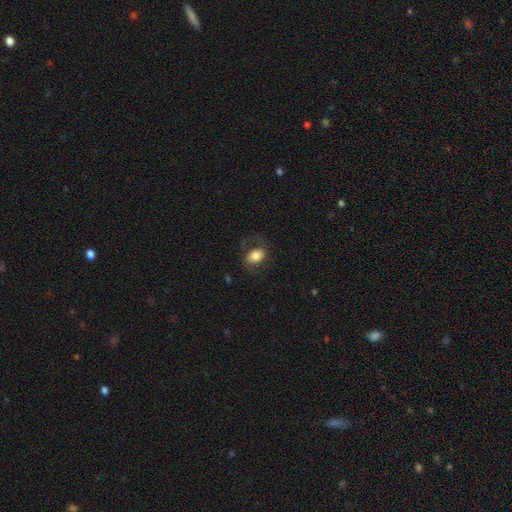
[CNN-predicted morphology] Q: Smooth or featured?
A: smooth (70%); runner-up: featured or disk (22%)
Q: How rounded?
A: in between (67%); runner-up: round (32%)
Q: Merging?
A: none (66%); runner-up: minor disturbance (18%)